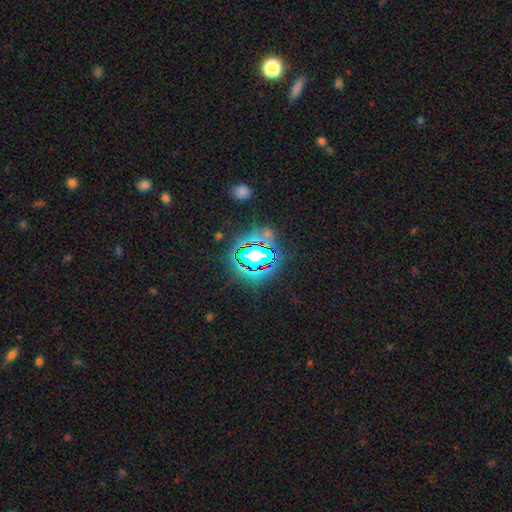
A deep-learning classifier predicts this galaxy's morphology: type=star or artifact (81%).